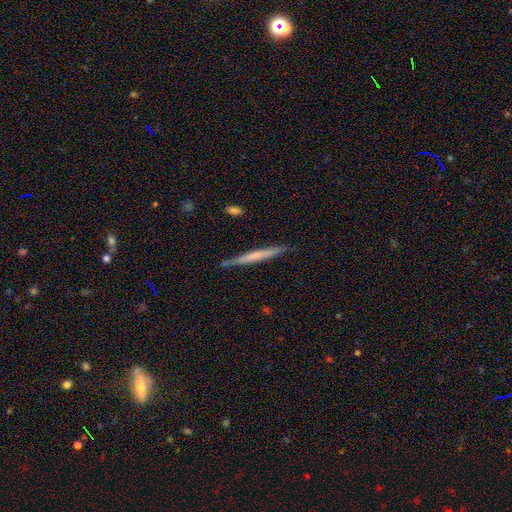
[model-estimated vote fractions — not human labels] Smooth or featured: smooth — 50% (featured or disk — 44%)
How rounded: cigar-shaped — 96% (in between — 2%)
Merging: none — 84% (minor disturbance — 12%)